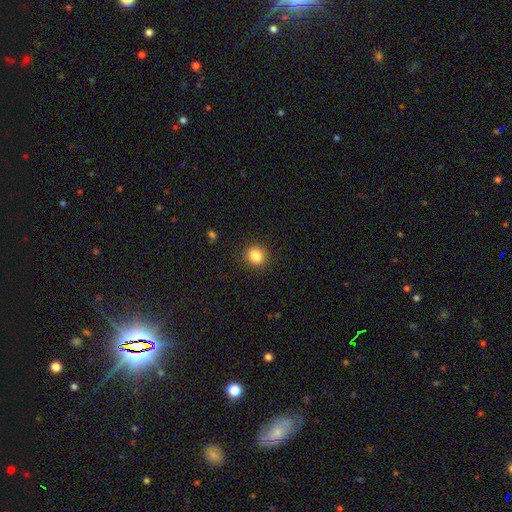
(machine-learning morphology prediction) Smooth or featured? smooth (85%)
How rounded? round (80%)
Merging? none (89%)